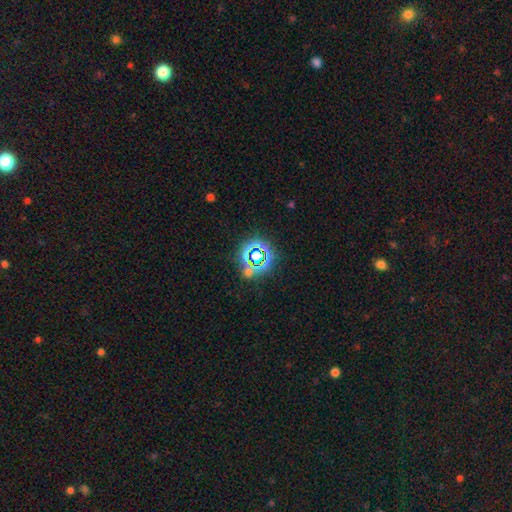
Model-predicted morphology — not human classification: smooth-or-featured: star or artifact: 65% | smooth: 24% | featured or disk: 11%